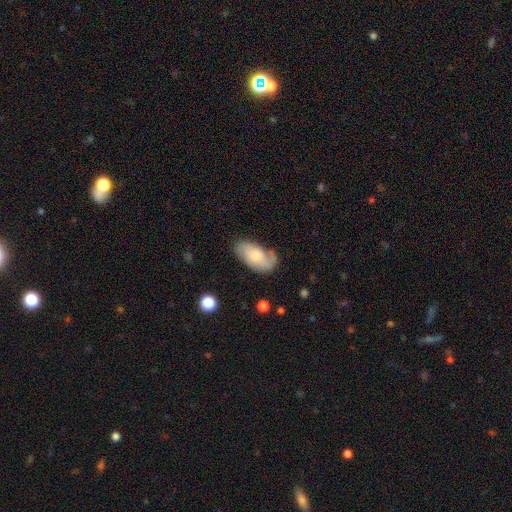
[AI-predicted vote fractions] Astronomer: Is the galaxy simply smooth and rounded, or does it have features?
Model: smooth — 51% (runner-up: featured or disk, 43%).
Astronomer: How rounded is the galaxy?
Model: in between — 93%.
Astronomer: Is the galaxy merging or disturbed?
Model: none — 62%.